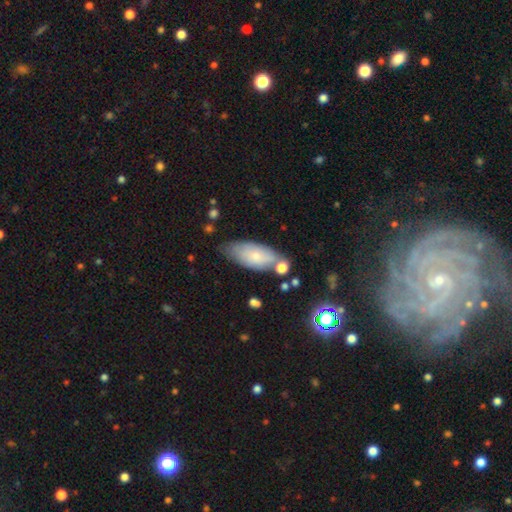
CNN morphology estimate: This appears to be a smooth galaxy with no disk features (70%) that is in between round and cigar-shaped (86%). Merging: none (60%).